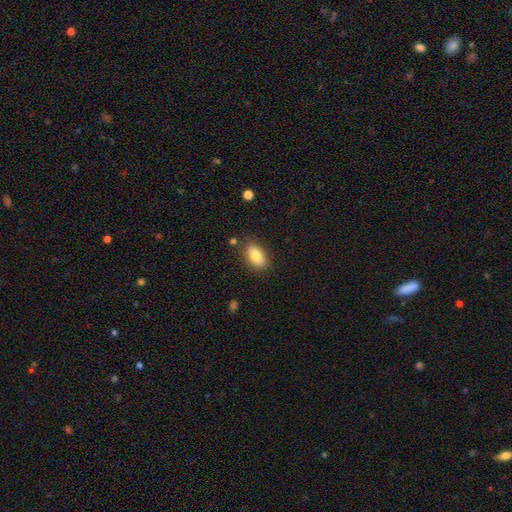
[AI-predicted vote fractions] Overall: smooth (82%). How rounded: in between (90%). Merging: none (82%).